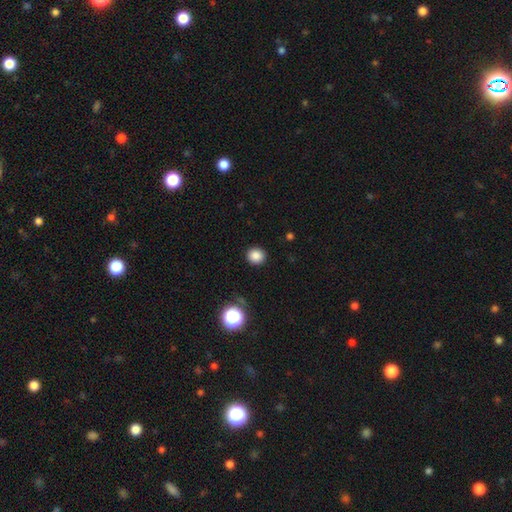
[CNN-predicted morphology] smooth-or-featured: smooth: 85% | star or artifact: 12% | featured or disk: 3%
  how-rounded: round: 87% | in between: 12% | cigar-shaped: 1%
  merging: none: 91% | minor disturbance: 6% | major disturbance: 2% | merger: 1%